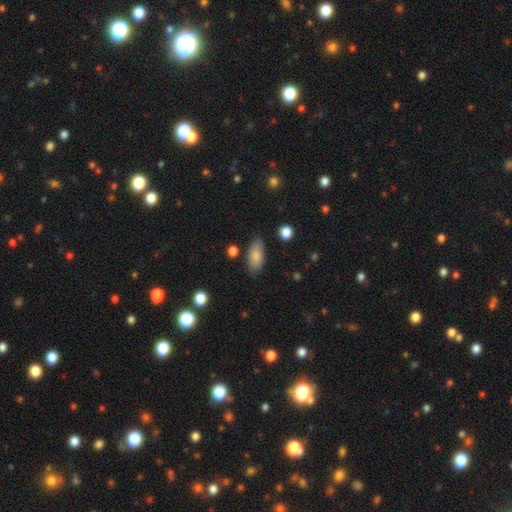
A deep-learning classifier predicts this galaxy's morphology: A smooth galaxy with no disk features (85%) that is in between round and cigar-shaped (88%).

Vote fractions:
- Smooth or featured? smooth: 85% / featured or disk: 9% / star or artifact: 7%
- How rounded? in between: 88% / cigar-shaped: 10% / round: 3%
- Merging? none: 81% / minor disturbance: 13% / major disturbance: 3% / merger: 2%